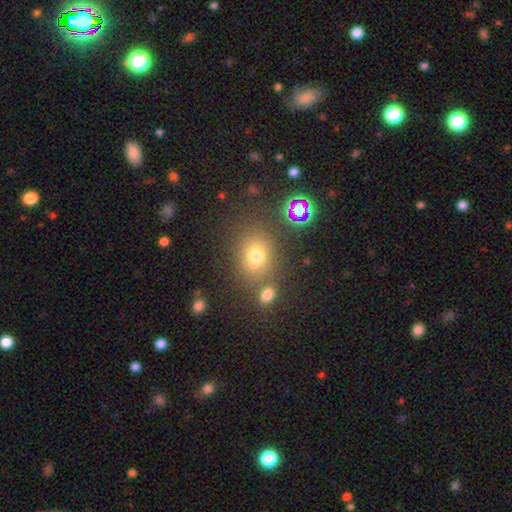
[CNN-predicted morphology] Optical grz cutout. It shows a smooth galaxy with no disk features (69%) that is round (59%). Merging: none (71%).